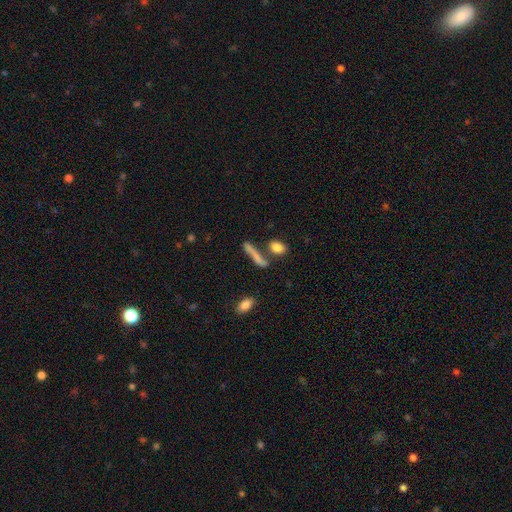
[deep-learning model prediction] Overall: smooth (66%). How rounded: cigar-shaped (73%). Merging: none (55%; merger 21%).